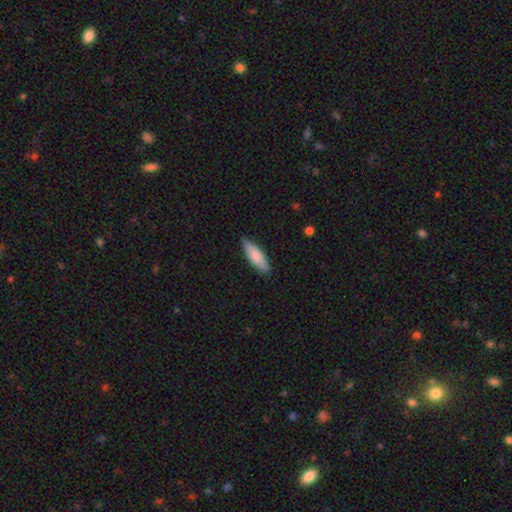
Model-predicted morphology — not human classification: smooth-or-featured: smooth: 81% | featured or disk: 14% | star or artifact: 5%
  how-rounded: in between: 53% | cigar-shaped: 45% | round: 2%
  merging: none: 87% | minor disturbance: 10% | major disturbance: 2% | merger: 1%